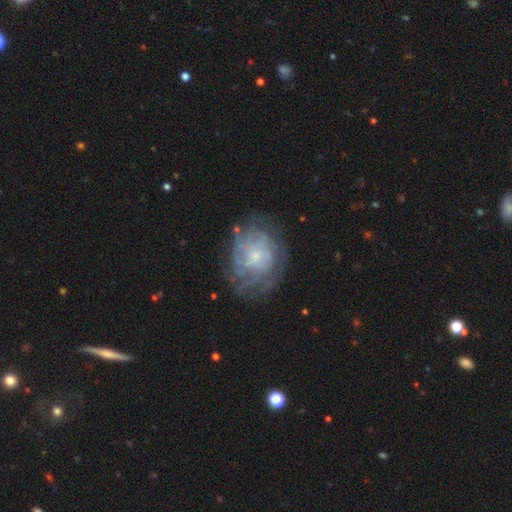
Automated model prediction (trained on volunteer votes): This appears to be a featured or disk galaxy (72%) with no bar (80%), tight (61%) spiral arms (79%) and a small central bulge (71%). Merging: none (66%).